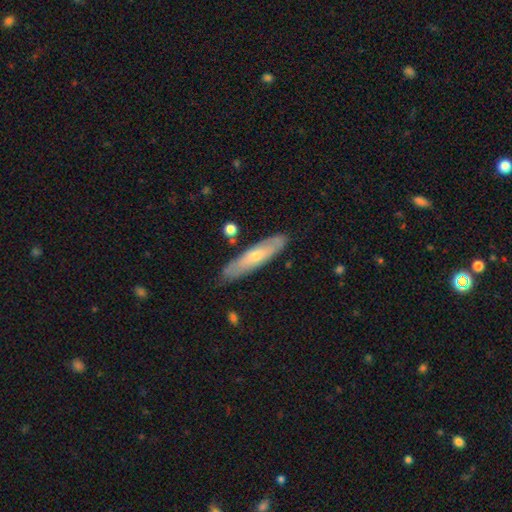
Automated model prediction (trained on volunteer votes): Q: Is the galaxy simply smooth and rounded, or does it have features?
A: smooth — 47%, tied with featured or disk.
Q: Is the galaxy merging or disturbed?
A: none — 82%.